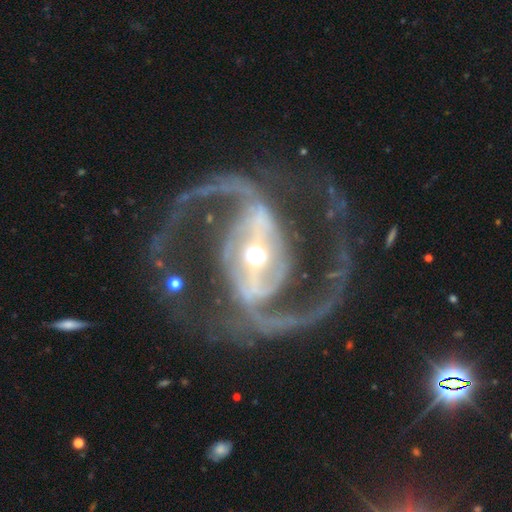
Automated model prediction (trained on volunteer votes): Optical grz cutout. It shows a featured or disk galaxy (93%) with a strong bar (68%), 2 (92%) medium (62%) spiral arms (98%) and a moderate central bulge (59%). Merging: none (73%).